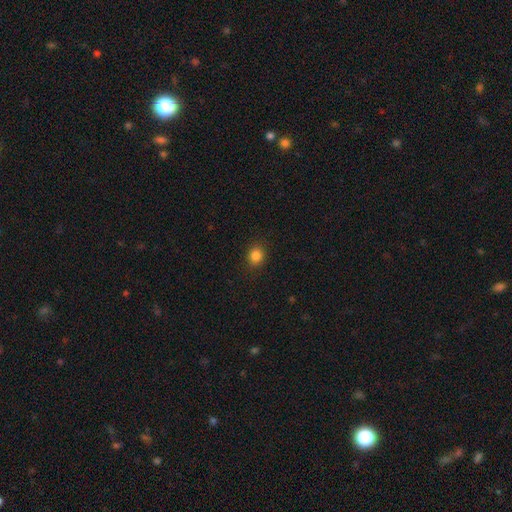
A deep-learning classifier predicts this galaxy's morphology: The model was most divided on "how rounded": round: 72%, in between: 27%, cigar-shaped: 1%. More confident: merging — none (89%); smooth or featured — smooth (84%).